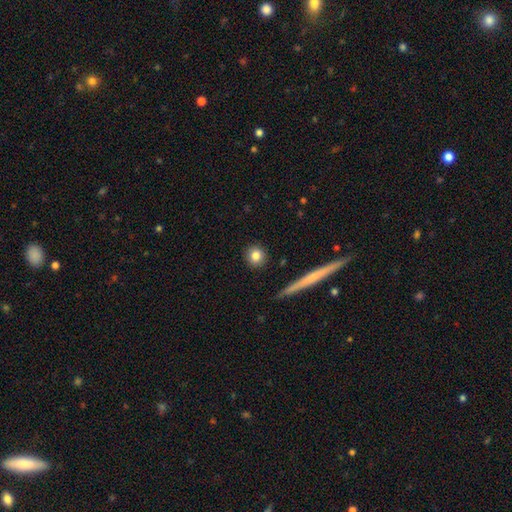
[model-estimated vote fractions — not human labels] Smooth or featured: smooth — 81% (featured or disk — 10%)
How rounded: round — 89% (in between — 8%)
Merging: none — 91% (minor disturbance — 6%)